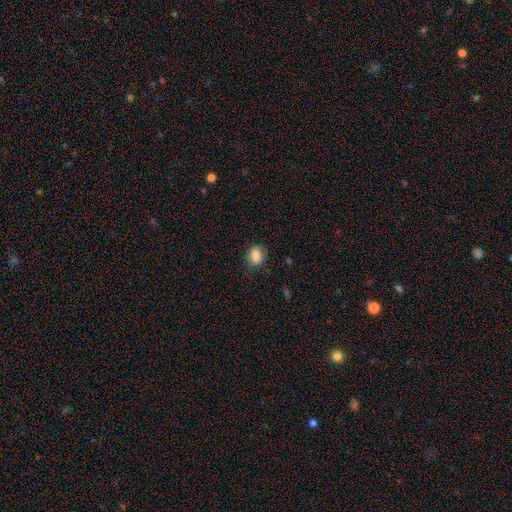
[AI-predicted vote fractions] Smooth or featured?
  - smooth: 83% *
  - featured or disk: 9%
  - star or artifact: 8%
How rounded?
  - in between: 67% *
  - round: 31%
  - cigar-shaped: 2%
Merging?
  - none: 73% *
  - minor disturbance: 20%
  - major disturbance: 5%
  - merger: 1%